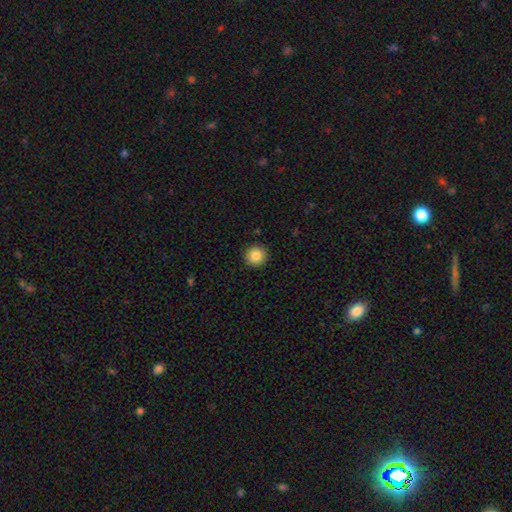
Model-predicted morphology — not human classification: smooth-or-featured: smooth: 86% | star or artifact: 9% | featured or disk: 5%
  how-rounded: round: 94% | in between: 5% | cigar-shaped: 1%
  merging: none: 91% | minor disturbance: 6% | major disturbance: 2% | merger: 1%